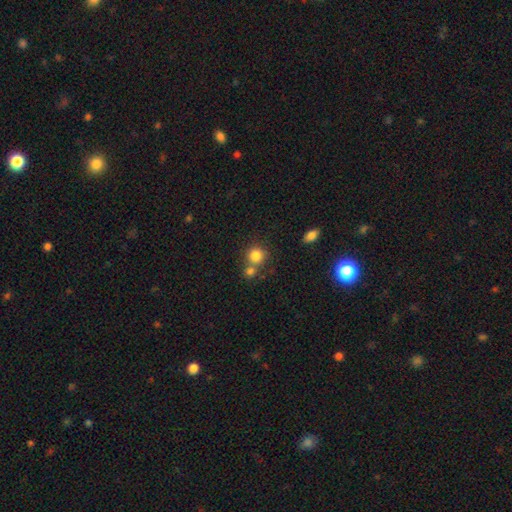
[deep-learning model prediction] Morphology: type=smooth (82%); roundness=round (89%); merging=none (56%).